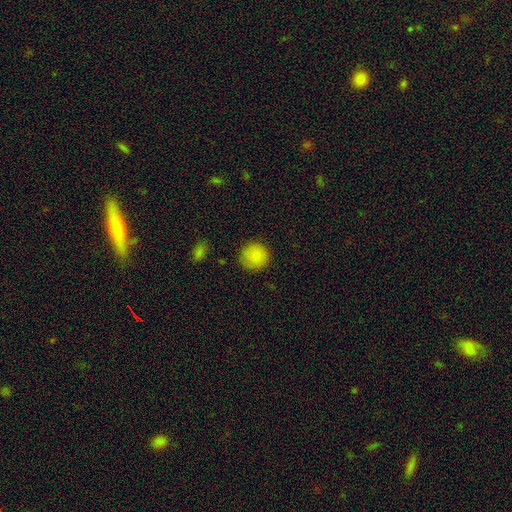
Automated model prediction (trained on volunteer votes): smooth_or_featured: smooth (p=0.86) [alt: star or artifact p=0.09]
how_rounded: round (p=0.94) [alt: in between p=0.05]
merging: none (p=0.88) [alt: minor disturbance p=0.09]